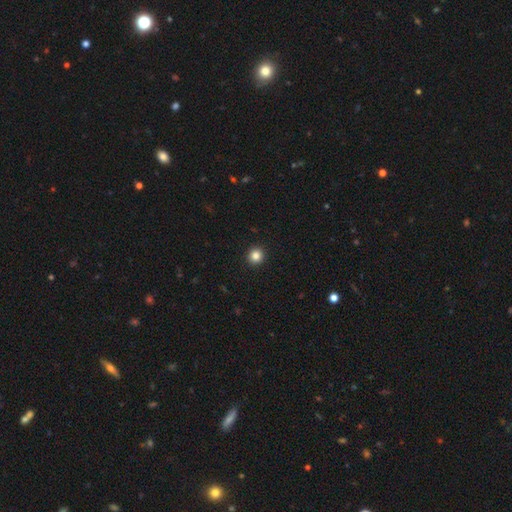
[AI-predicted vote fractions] The model was most divided on "smooth or featured": smooth: 84%, star or artifact: 11%, featured or disk: 4%. More confident: merging — none (94%); how rounded — round (94%).